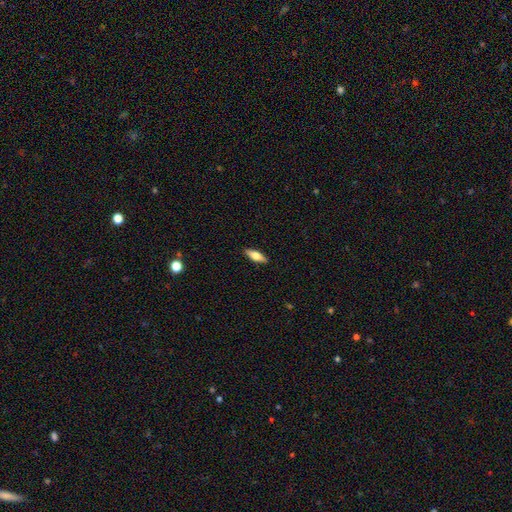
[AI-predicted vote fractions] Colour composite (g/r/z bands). It shows a smooth galaxy with no disk features (64%) that is in between round and cigar-shaped (64%). Merging: none (90%).